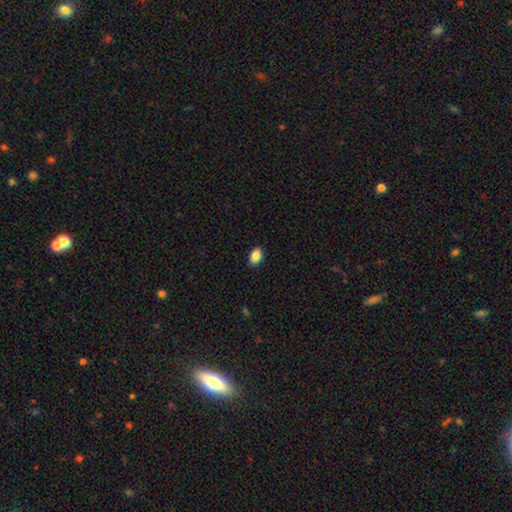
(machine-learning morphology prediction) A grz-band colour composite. It shows a smooth galaxy with no disk features (87%) that is in between round and cigar-shaped (89%). Merging: none (89%).